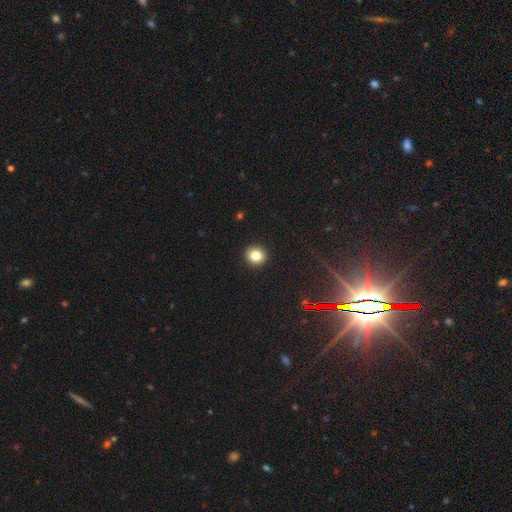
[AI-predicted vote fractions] smooth-or-featured: smooth: 82% | star or artifact: 11% | featured or disk: 6%
  how-rounded: round: 89% | in between: 10% | cigar-shaped: 1%
  merging: none: 93% | minor disturbance: 4% | major disturbance: 2% | merger: 1%